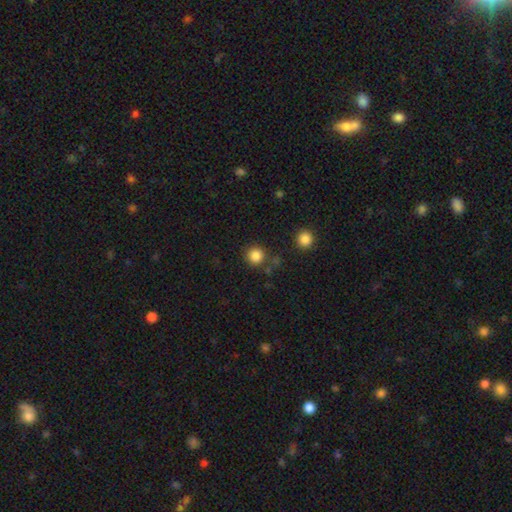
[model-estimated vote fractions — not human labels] Smooth or featured?
  - smooth: 85% *
  - star or artifact: 11%
  - featured or disk: 4%
How rounded?
  - round: 94% *
  - in between: 5%
  - cigar-shaped: 1%
Merging?
  - none: 84% *
  - minor disturbance: 7%
  - merger: 5%
  - major disturbance: 3%